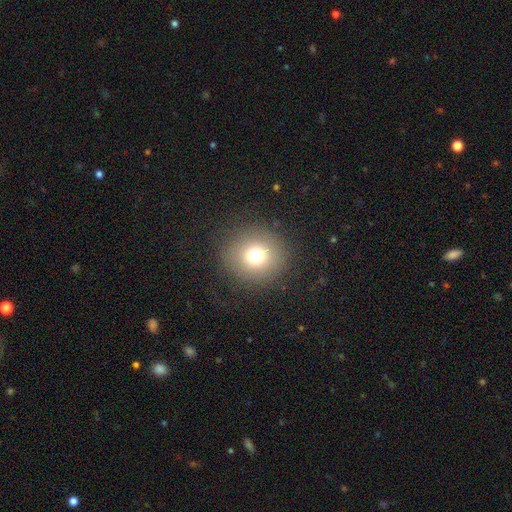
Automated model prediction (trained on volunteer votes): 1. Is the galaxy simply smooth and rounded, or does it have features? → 74% smooth, 15% star or artifact, 12% featured or disk.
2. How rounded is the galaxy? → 90% round, 9% in between, 1% cigar-shaped.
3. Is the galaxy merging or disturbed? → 85% none, 8% minor disturbance, 5% major disturbance, 1% merger.